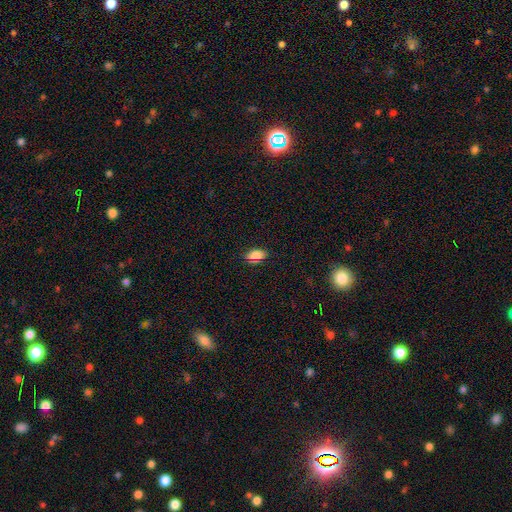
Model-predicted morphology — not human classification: The model was most divided on "smooth or featured": smooth: 80%, star or artifact: 14%, featured or disk: 6%. More confident: how rounded — in between (90%); merging — none (84%).